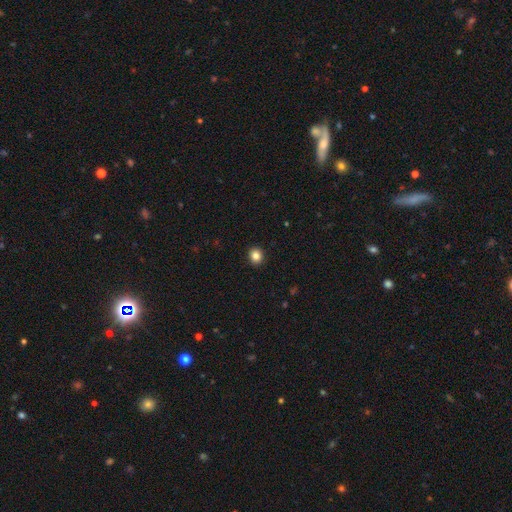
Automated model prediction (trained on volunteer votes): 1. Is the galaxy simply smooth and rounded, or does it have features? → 85% smooth, 10% star or artifact, 4% featured or disk.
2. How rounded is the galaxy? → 81% round, 18% in between, 1% cigar-shaped.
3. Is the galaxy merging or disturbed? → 93% none, 5% minor disturbance, 2% major disturbance, 1% merger.